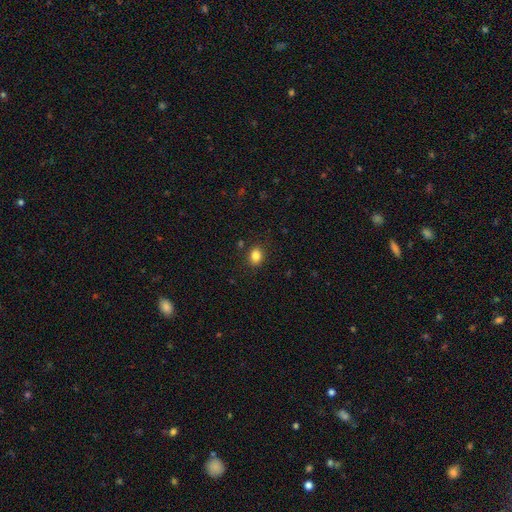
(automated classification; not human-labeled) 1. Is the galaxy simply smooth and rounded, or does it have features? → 84% smooth, 11% star or artifact, 5% featured or disk.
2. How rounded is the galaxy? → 56% in between, 43% round, 1% cigar-shaped.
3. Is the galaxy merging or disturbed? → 86% none, 9% minor disturbance, 3% major disturbance, 2% merger.